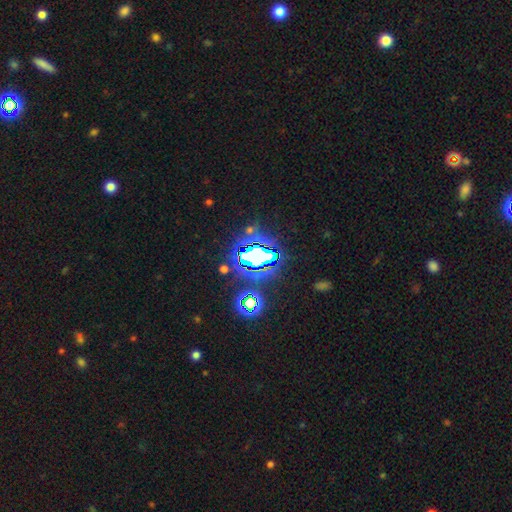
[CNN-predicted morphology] Q: Smooth or featured?
A: star or artifact (71%); runner-up: smooth (18%)